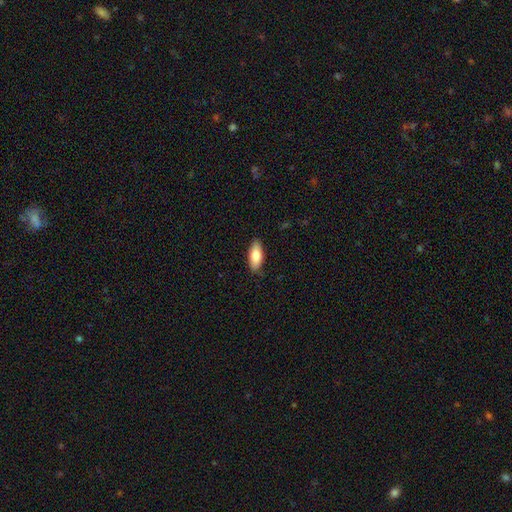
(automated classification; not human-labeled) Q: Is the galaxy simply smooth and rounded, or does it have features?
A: smooth — 81%.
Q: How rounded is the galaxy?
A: in between — 81%.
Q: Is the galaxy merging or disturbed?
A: none — 86%.